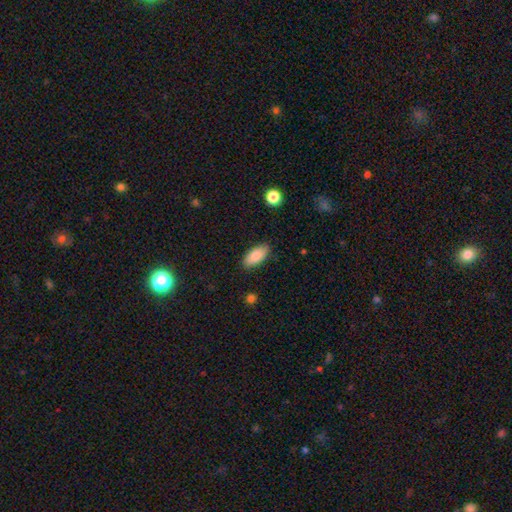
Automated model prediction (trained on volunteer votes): Smooth or featured? smooth (86%)
How rounded? in between (89%)
Merging? none (86%)